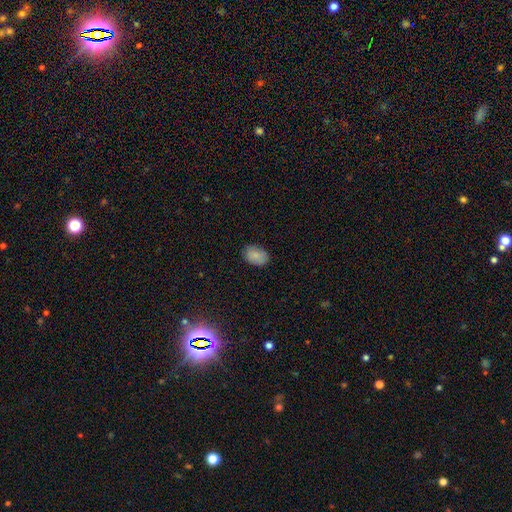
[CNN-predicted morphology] A smooth galaxy with no disk features (85%) that is in between round and cigar-shaped (85%).

Vote fractions:
- Smooth or featured? smooth: 85% / star or artifact: 8% / featured or disk: 7%
- How rounded? in between: 85% / round: 14% / cigar-shaped: 1%
- Merging? none: 82% / minor disturbance: 14% / major disturbance: 3% / merger: 1%